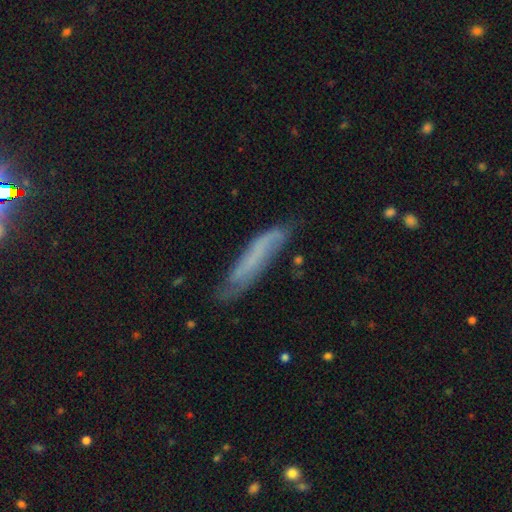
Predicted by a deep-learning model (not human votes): This is possibly a featured or disk galaxy (49%). Merging: likely none (62%).